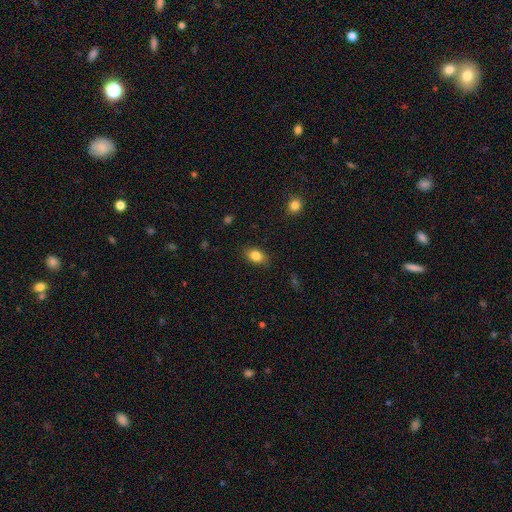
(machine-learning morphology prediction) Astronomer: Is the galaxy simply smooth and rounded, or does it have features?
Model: smooth — 84%.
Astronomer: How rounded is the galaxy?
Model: in between — 82%.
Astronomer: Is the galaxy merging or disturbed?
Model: none — 85%.